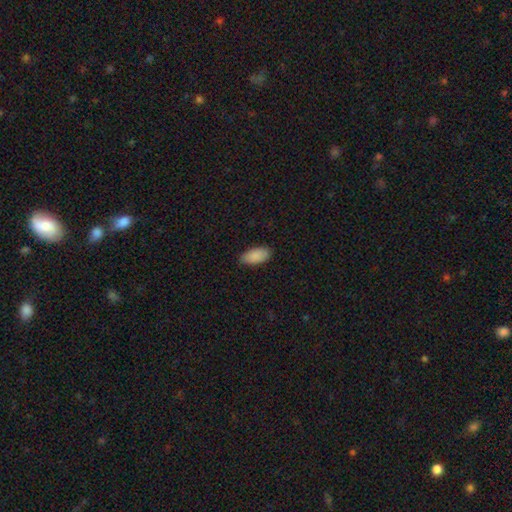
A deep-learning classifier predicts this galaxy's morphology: type=smooth (90%); roundness=in between (92%); merging=none (86%).